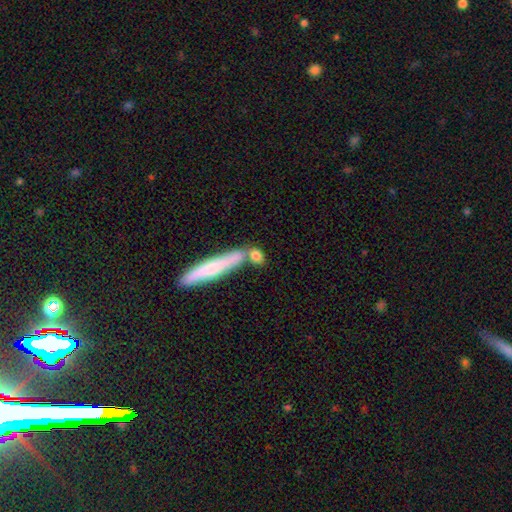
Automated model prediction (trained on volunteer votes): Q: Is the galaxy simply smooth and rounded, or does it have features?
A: smooth — 78%.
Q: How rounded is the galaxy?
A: in between — 42%.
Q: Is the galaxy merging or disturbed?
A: none — 56%.